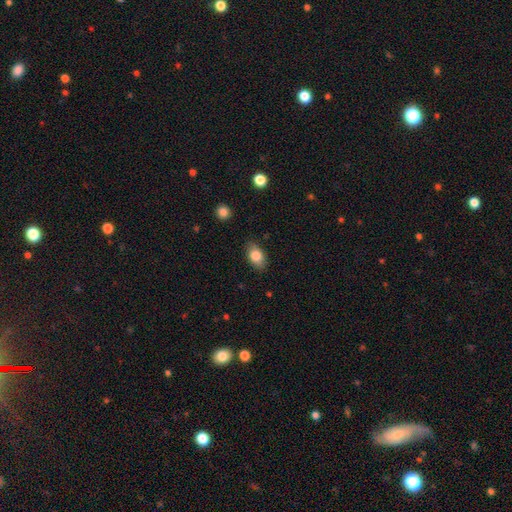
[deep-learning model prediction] smooth-or-featured: smooth: 83% | featured or disk: 10% | star or artifact: 7%
  how-rounded: in between: 88% | round: 10% | cigar-shaped: 2%
  merging: none: 83% | minor disturbance: 13% | major disturbance: 3% | merger: 1%